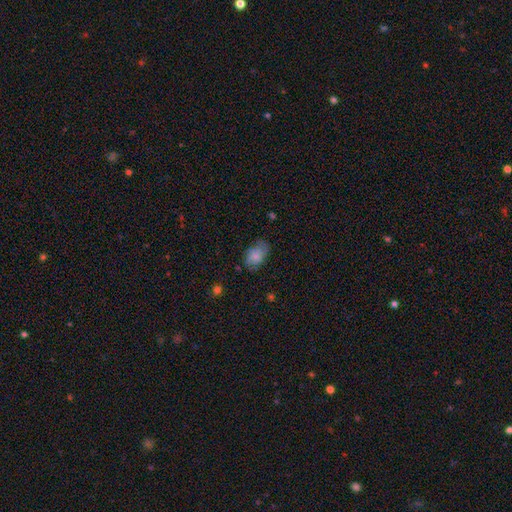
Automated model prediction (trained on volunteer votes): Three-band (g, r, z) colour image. It shows a smooth galaxy with no disk features (71%) that is in between round and cigar-shaped (87%). Merging: none (62%).